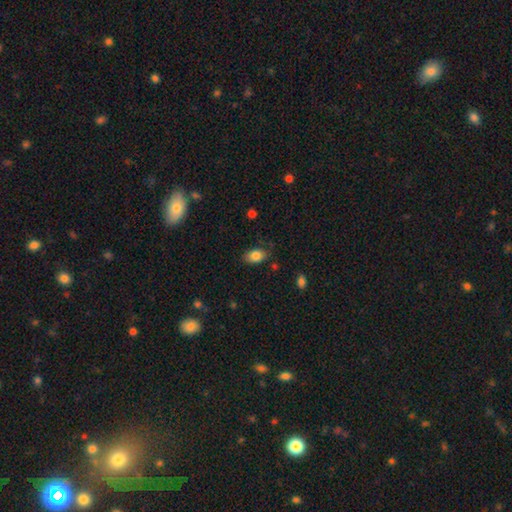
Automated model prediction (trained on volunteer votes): Morphology: type=smooth (83%); roundness=in between (88%); merging=none (76%).